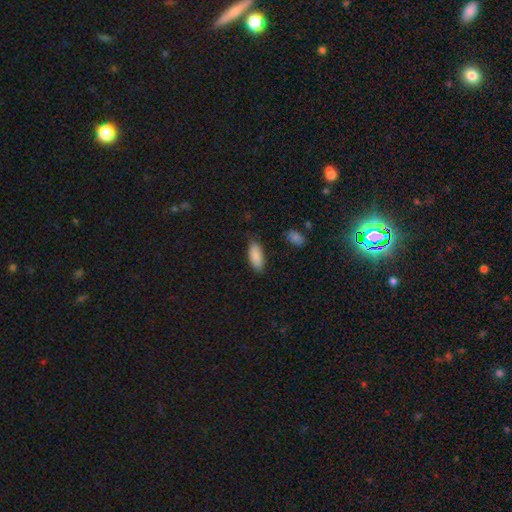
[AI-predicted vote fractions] Smooth or featured? smooth (87%)
How rounded? in between (82%)
Merging? none (80%)